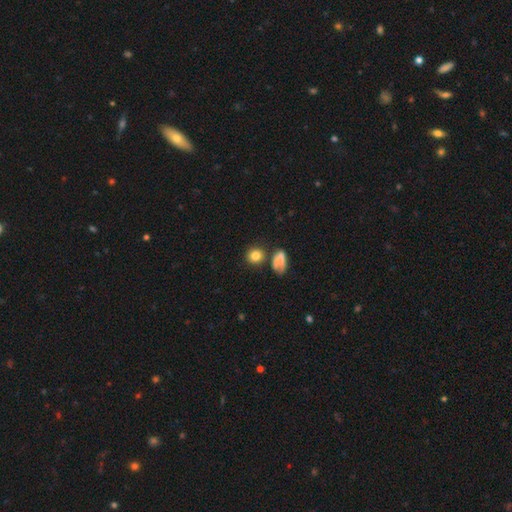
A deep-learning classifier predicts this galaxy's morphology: Overall: smooth (80%). How rounded: round (83%). Merging: none (69%).